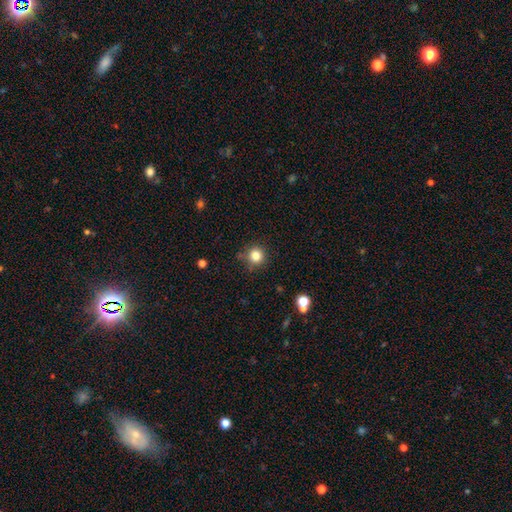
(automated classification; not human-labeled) A smooth galaxy with no disk features (82%) that is round (94%). Merging: none (84%).